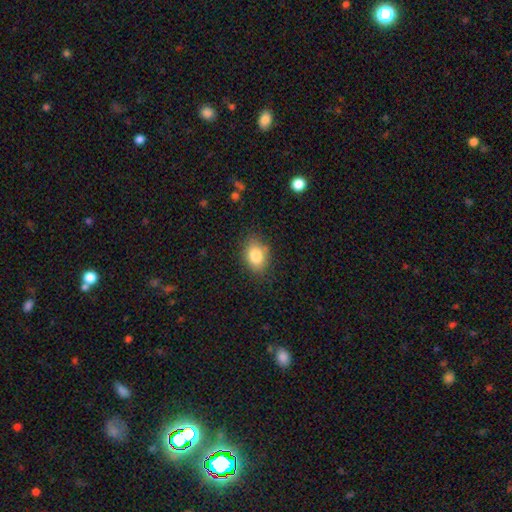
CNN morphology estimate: Overall: smooth (83%). How rounded: in between (69%; round 30%). Merging: none (81%).